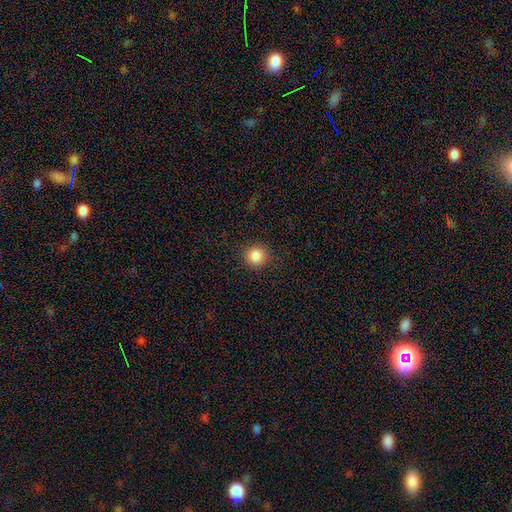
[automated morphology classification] Smooth or featured? smooth (86%)
How rounded? round (92%)
Merging? none (90%)